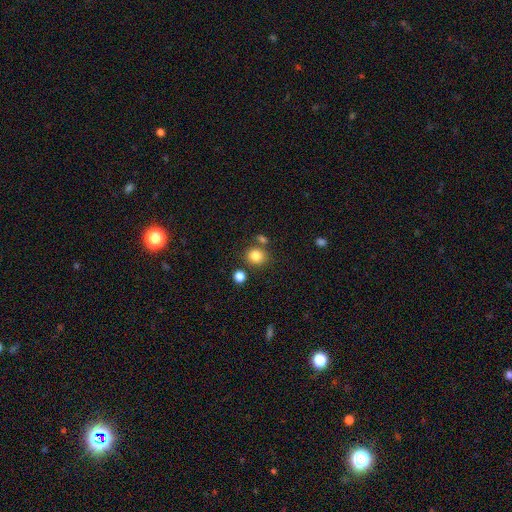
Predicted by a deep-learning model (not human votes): The model was most divided on "merging": none: 74%, merger: 12%, minor disturbance: 10%, major disturbance: 3%. More confident: smooth or featured — smooth (83%); how rounded — round (81%).